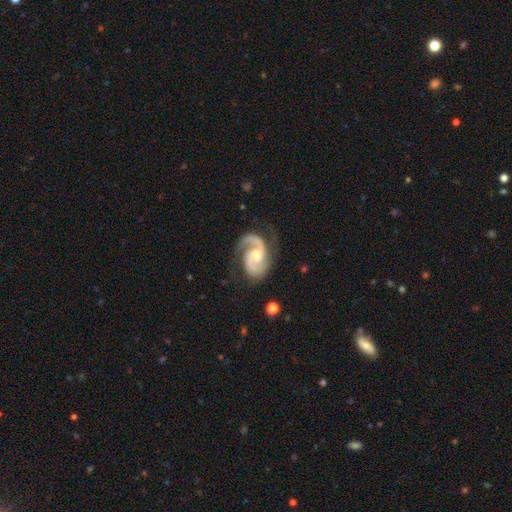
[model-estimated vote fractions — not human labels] Smooth or featured?
  - featured or disk: 92% *
  - smooth: 4%
  - star or artifact: 4%
Edge-on disk?
  - no: 98% *
  - yes: 2%
Bar?
  - no: 51% *
  - weak: 41%
  - strong: 9%
Spiral arms?
  - yes: 98% *
  - no: 2%
Spiral winding?
  - medium: 58% *
  - tight: 26%
  - loose: 16%
Spiral arm count?
  - 2: 90% *
  - 3: 3%
  - 1: 3%
  - can't tell: 2%
  - 4: 1%
  - more than 4: 1%
Bulge size?
  - moderate: 48% *
  - small: 41%
  - none: 6%
  - large: 4%
  - dominant: 1%
Merging?
  - none: 71% *
  - minor disturbance: 19%
  - major disturbance: 9%
  - merger: 2%